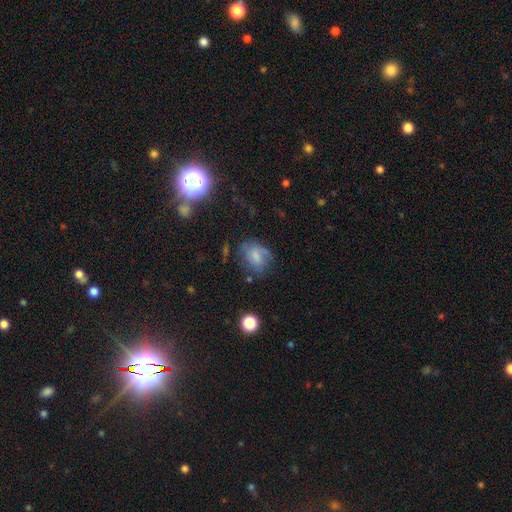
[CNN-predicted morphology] Smooth or featured? Predicted: smooth (p=0.60). How rounded? Predicted: in between (p=0.64). Merging? Predicted: none (p=0.47).